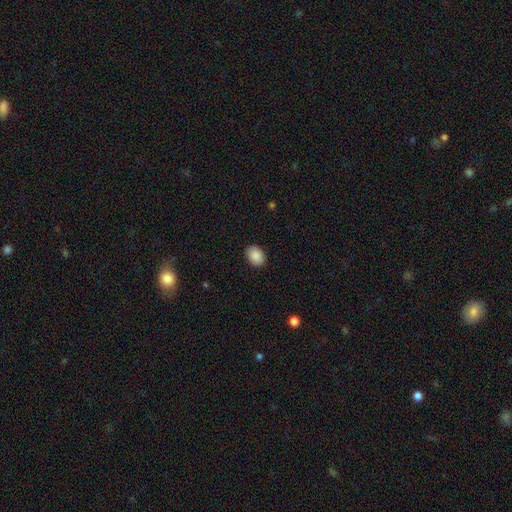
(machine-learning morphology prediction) A smooth galaxy with no disk features (90%) that is in between round and cigar-shaped (76%). Merging: none (90%).